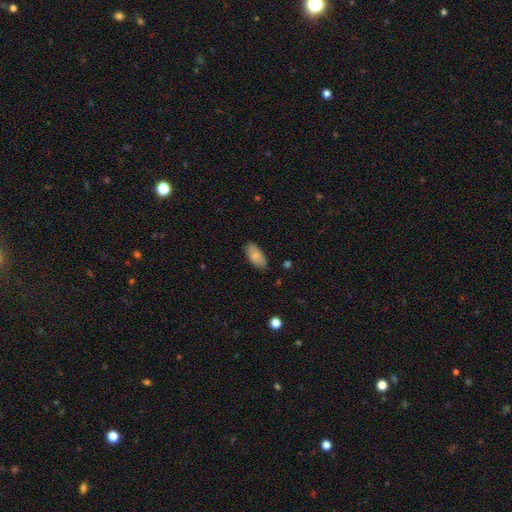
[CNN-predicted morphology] This is clearly a smooth galaxy (82%). How rounded: clearly in between (92%). Merging: clearly none (83%).